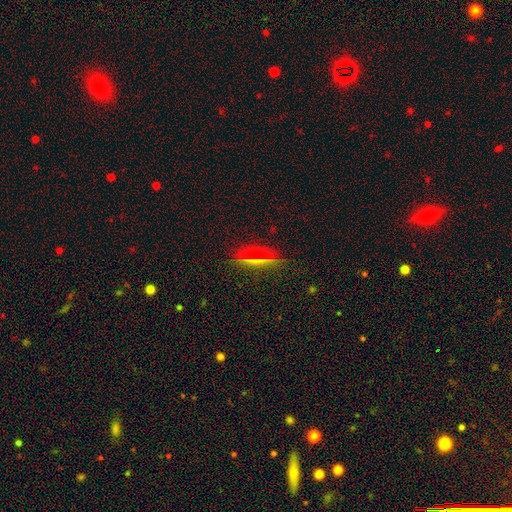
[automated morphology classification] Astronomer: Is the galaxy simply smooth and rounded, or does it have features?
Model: smooth — 60%.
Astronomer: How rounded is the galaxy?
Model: in between — 68%.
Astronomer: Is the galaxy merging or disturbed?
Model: none — 84%.